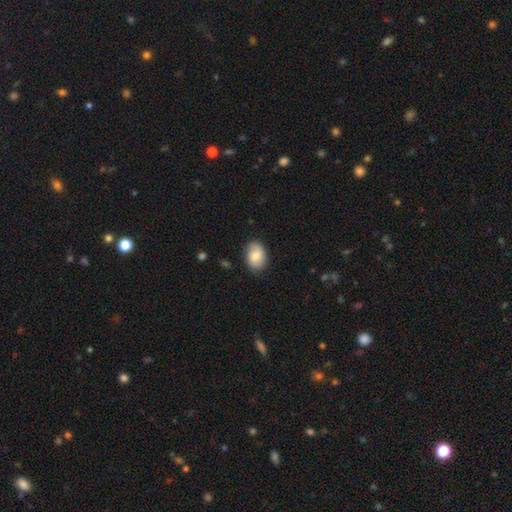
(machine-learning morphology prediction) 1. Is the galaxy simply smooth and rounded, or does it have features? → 76% smooth, 17% featured or disk, 7% star or artifact.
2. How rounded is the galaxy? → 80% in between, 19% round, 1% cigar-shaped.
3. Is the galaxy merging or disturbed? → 82% none, 14% minor disturbance, 3% major disturbance, 1% merger.